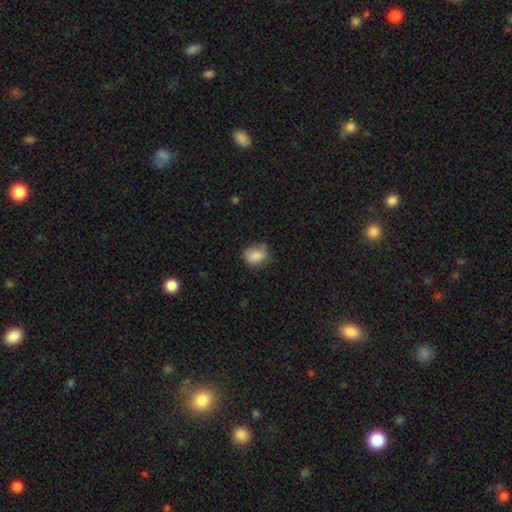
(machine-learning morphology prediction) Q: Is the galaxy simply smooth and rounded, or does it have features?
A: smooth — 82%.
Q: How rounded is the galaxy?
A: in between — 55%.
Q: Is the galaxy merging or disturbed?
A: none — 60%.